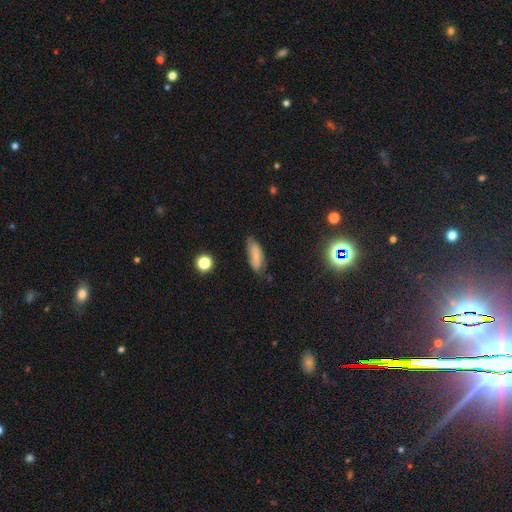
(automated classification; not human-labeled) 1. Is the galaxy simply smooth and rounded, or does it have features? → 66% smooth, 24% featured or disk, 9% star or artifact.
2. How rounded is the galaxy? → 70% in between, 27% cigar-shaped, 3% round.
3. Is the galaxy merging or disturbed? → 64% none, 27% minor disturbance, 6% major disturbance, 3% merger.